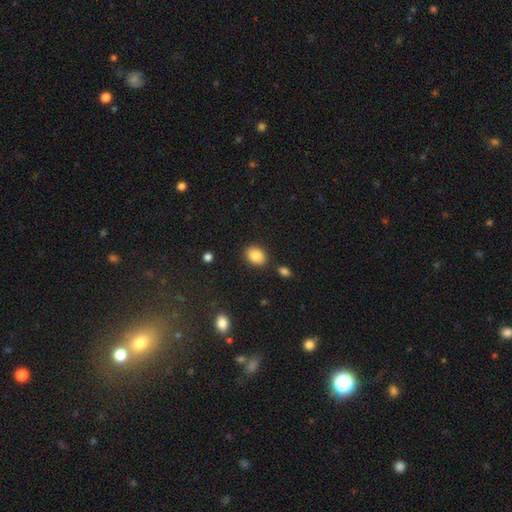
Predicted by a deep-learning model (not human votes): smooth_or_featured: smooth (p=0.86) [alt: star or artifact p=0.08]
how_rounded: in between (p=0.74) [alt: round p=0.25]
merging: none (p=0.84) [alt: minor disturbance p=0.09]